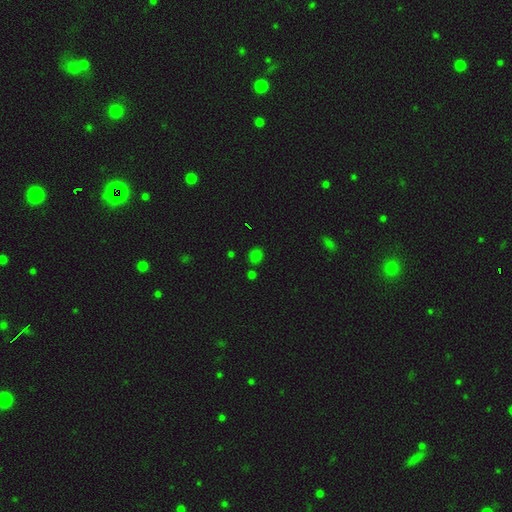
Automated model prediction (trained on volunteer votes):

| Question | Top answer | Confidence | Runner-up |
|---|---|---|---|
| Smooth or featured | smooth | 70% | star or artifact (25%) |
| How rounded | round | 71% | in between (28%) |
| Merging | none | 79% | minor disturbance (10%) |